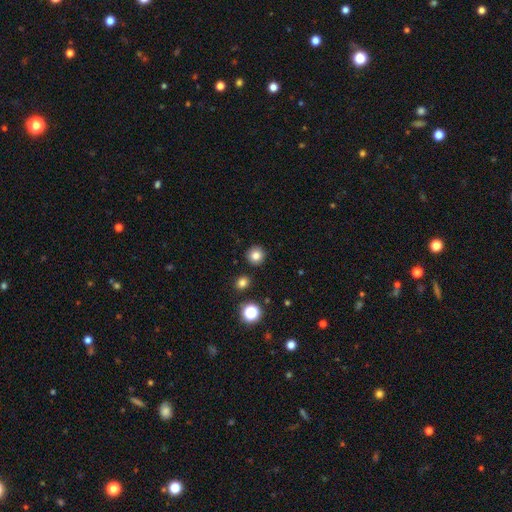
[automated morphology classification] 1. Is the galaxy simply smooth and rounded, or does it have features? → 82% smooth, 12% star or artifact, 6% featured or disk.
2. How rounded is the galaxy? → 93% round, 6% in between, 1% cigar-shaped.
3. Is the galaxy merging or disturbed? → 90% none, 5% minor disturbance, 2% merger, 2% major disturbance.